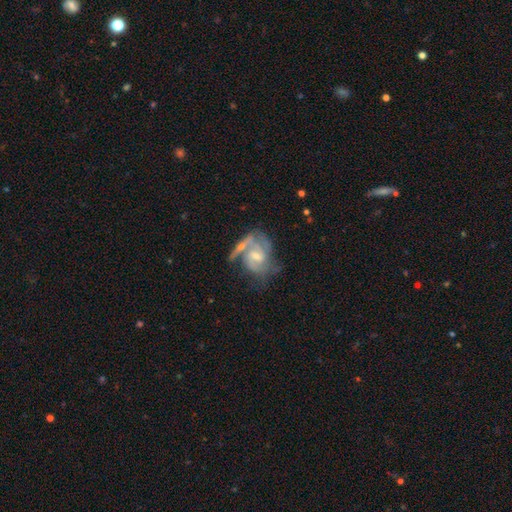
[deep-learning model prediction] Smooth or featured?
  - featured or disk: 84% *
  - smooth: 10%
  - star or artifact: 6%
Edge-on disk?
  - no: 97% *
  - yes: 3%
Bar?
  - weak: 51% *
  - no: 37%
  - strong: 13%
Spiral arms?
  - yes: 94% *
  - no: 6%
Spiral winding?
  - medium: 46% *
  - tight: 40%
  - loose: 14%
Spiral arm count?
  - 2: 55% *
  - 3: 17%
  - can't tell: 16%
  - 1: 6%
  - 4: 3%
  - more than 4: 3%
Bulge size?
  - small: 48% *
  - moderate: 42%
  - none: 6%
  - large: 3%
  - dominant: 1%
Merging?
  - none: 38% *
  - merger: 26%
  - minor disturbance: 19%
  - major disturbance: 17%